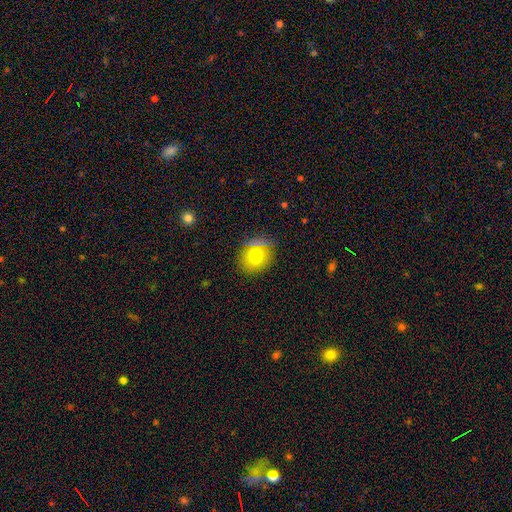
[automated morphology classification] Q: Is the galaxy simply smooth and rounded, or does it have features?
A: smooth — 73%.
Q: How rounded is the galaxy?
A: round — 76%.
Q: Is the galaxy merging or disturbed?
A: none — 82%.